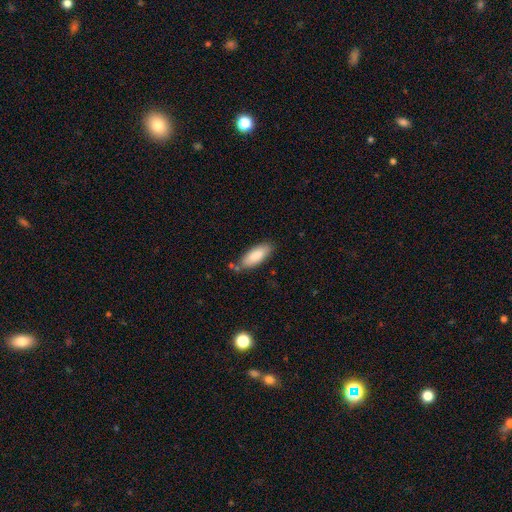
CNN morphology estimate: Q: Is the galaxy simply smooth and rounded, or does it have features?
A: smooth — 87%.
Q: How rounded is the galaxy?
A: in between — 76%.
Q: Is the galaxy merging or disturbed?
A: none — 75%.